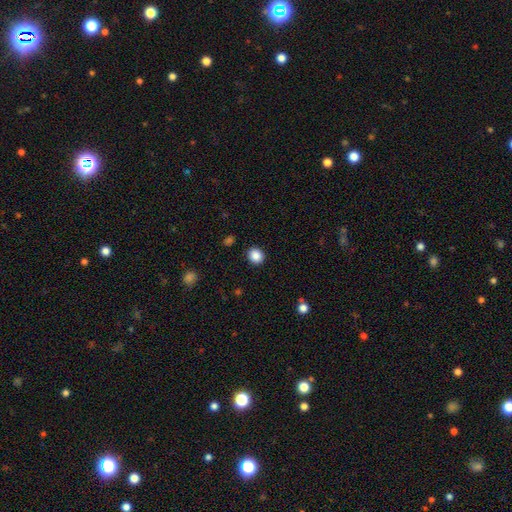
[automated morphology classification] A smooth galaxy with no disk features (87%) that is round (78%). Merging: none (90%).